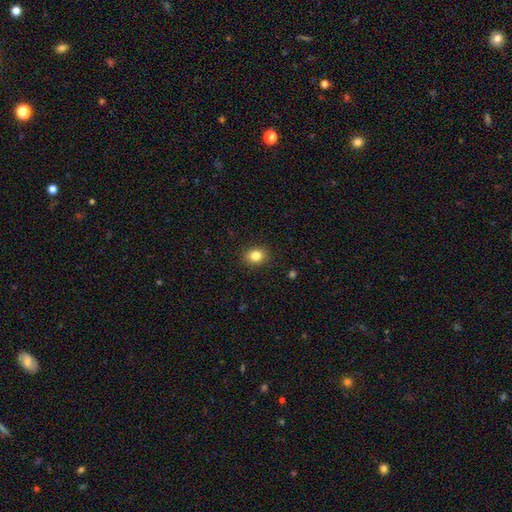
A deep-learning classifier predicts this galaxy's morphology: Overall: smooth (82%). How rounded: in between (50%; round 49%). Merging: none (89%).